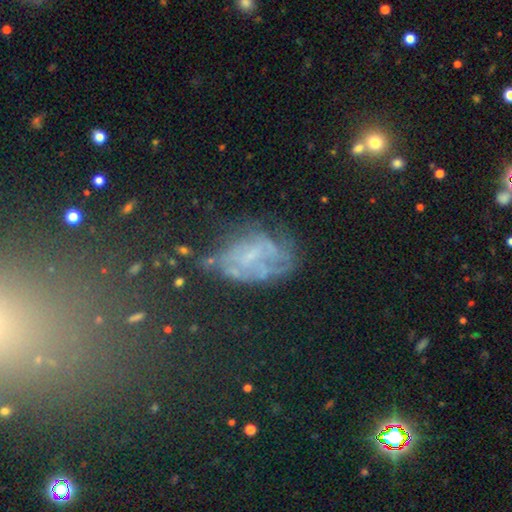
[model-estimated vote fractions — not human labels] Overall: featured or disk (47%; star or artifact 30%). Merging: none (51%; minor disturbance 24%).